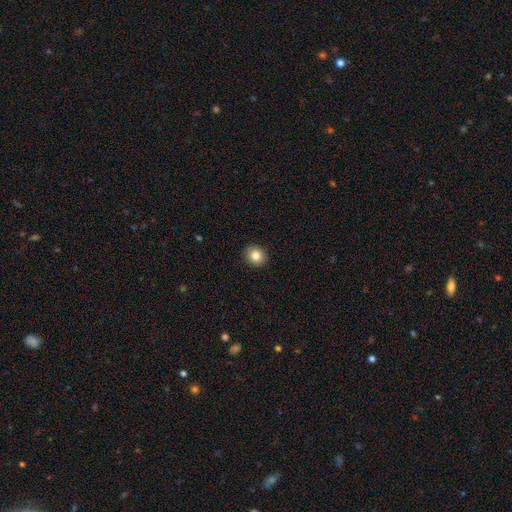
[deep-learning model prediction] This appears to be a smooth galaxy with no disk features (83%) that is round (81%). Merging: none (92%).